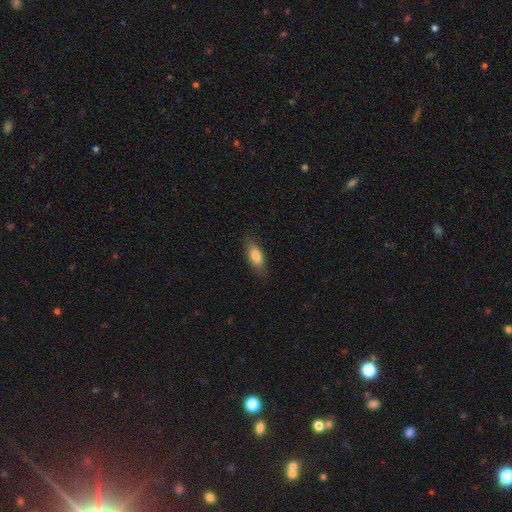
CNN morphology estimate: A smooth galaxy with no disk features (78%) that is in between round and cigar-shaped (78%). Merging: none (82%).